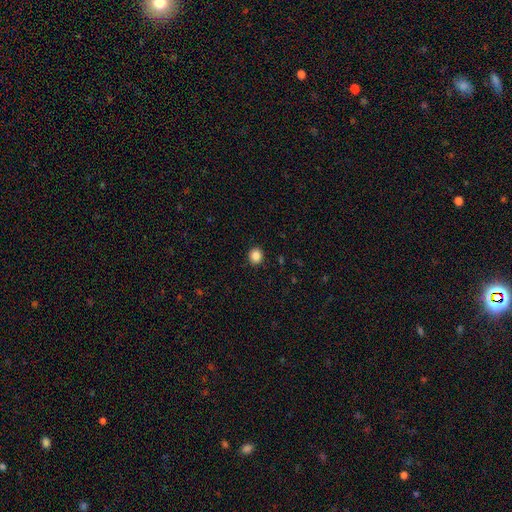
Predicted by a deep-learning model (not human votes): Smooth or featured? Predicted: smooth (p=0.86). How rounded? Predicted: round (p=0.80). Merging? Predicted: none (p=0.92).